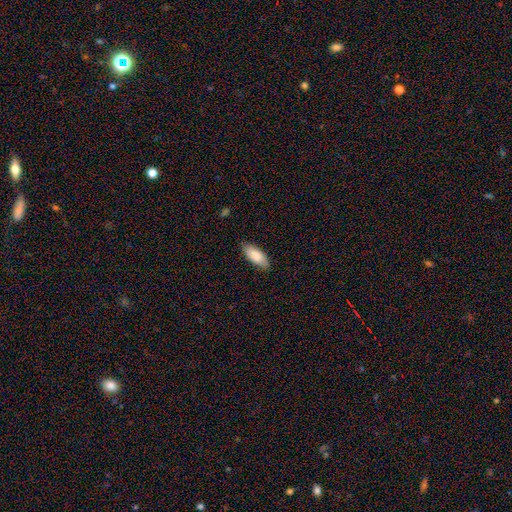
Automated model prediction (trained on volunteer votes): Smooth or featured? smooth (85%)
How rounded? in between (83%)
Merging? none (83%)